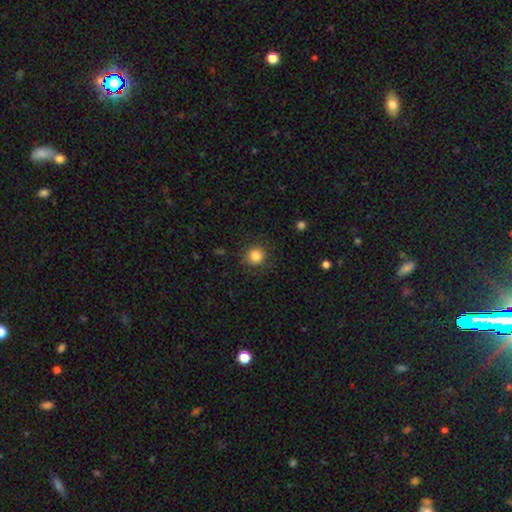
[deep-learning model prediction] The model was most divided on "smooth or featured": smooth: 84%, star or artifact: 11%, featured or disk: 5%. More confident: how rounded — round (93%); merging — none (89%).